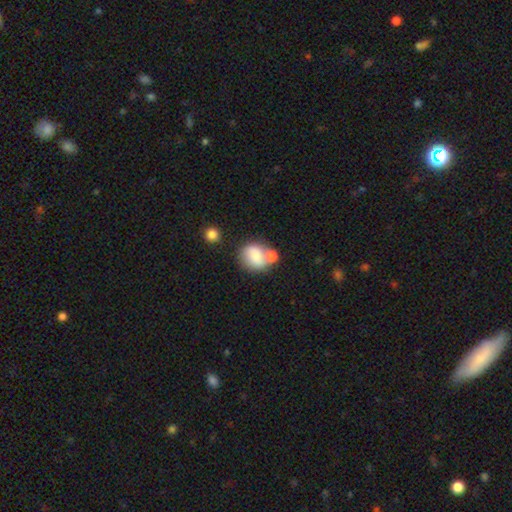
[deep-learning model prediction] Q: Smooth or featured?
A: smooth (71%); runner-up: featured or disk (20%)
Q: How rounded?
A: round (64%); runner-up: in between (35%)
Q: Merging?
A: none (40%); runner-up: merger (38%)